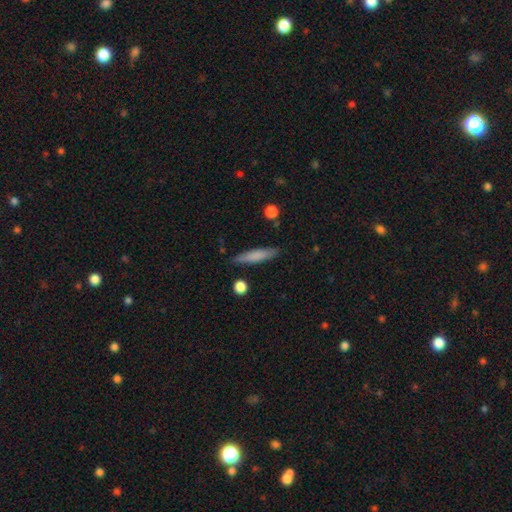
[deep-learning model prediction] Q: Smooth or featured?
A: smooth (75%); runner-up: featured or disk (19%)
Q: How rounded?
A: cigar-shaped (83%); runner-up: in between (15%)
Q: Merging?
A: none (85%); runner-up: minor disturbance (10%)